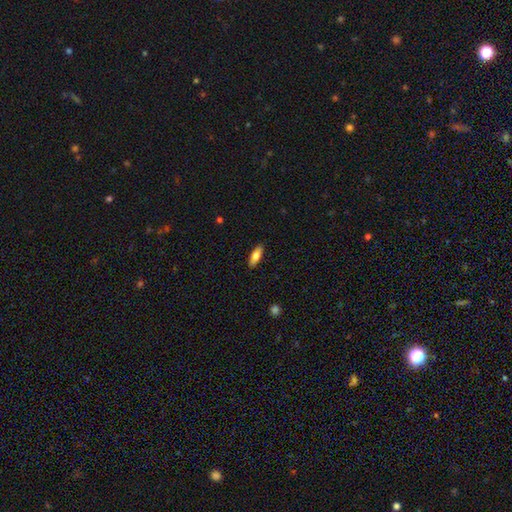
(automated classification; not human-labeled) Smooth or featured? smooth (76%)
How rounded? in between (68%)
Merging? none (89%)